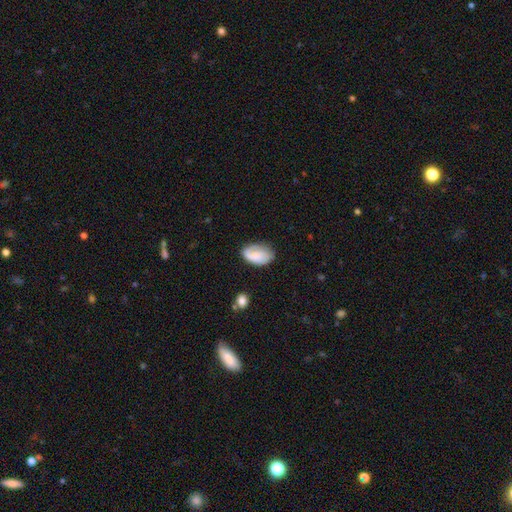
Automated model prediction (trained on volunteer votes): smooth_or_featured: smooth (p=0.59) [alt: featured or disk p=0.34]
how_rounded: in between (p=0.90) [alt: round p=0.09]
merging: none (p=0.63) [alt: minor disturbance p=0.25]